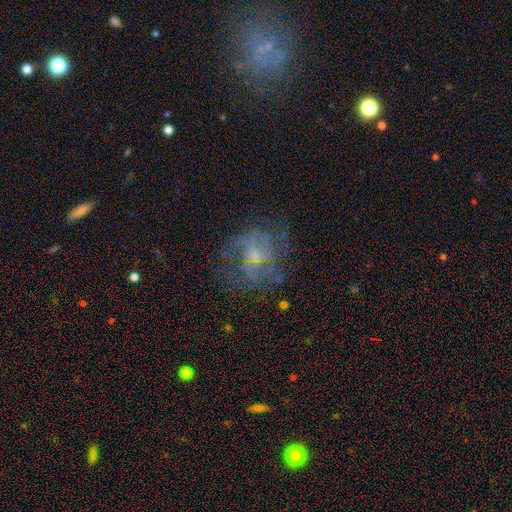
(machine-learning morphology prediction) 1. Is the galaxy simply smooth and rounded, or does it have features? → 58% featured or disk, 25% smooth, 16% star or artifact.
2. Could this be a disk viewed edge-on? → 98% no, 2% yes.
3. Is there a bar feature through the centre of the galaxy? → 70% no, 26% weak, 4% strong.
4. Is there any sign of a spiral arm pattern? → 54% yes, 46% no.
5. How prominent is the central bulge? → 55% small, 22% moderate, 21% none, 2% large, 1% dominant.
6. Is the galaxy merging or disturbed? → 57% none, 22% major disturbance, 19% minor disturbance, 2% merger.